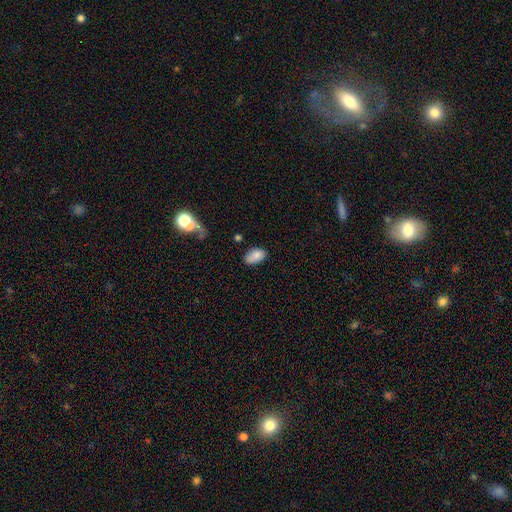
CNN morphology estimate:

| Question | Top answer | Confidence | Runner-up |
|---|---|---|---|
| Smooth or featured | smooth | 84% | star or artifact (8%) |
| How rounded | in between | 92% | round (6%) |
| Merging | none | 66% | minor disturbance (26%) |